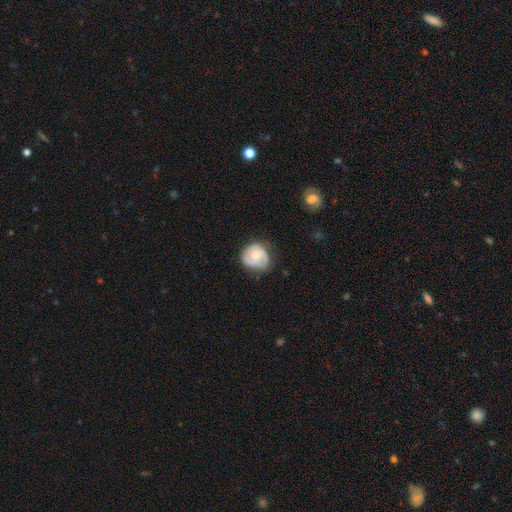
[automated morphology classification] type=featured or disk (50%); merging=none (54%).